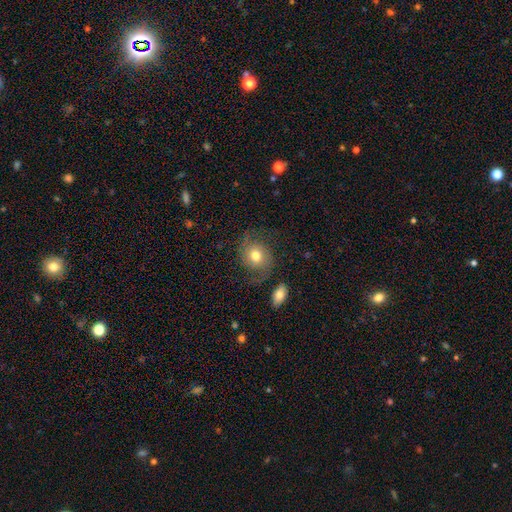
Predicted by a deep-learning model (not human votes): smooth-or-featured: featured or disk: 50% | smooth: 41% | star or artifact: 9%
  merging: none: 66% | minor disturbance: 18% | major disturbance: 12% | merger: 4%